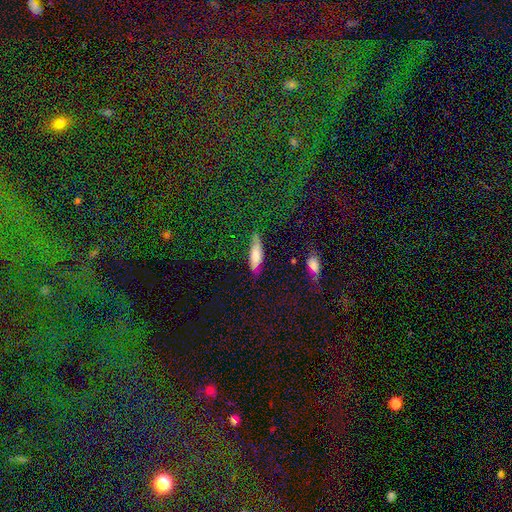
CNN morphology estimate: The model was most divided on "how rounded": cigar-shaped: 52%, in between: 46%, round: 2%. More confident: smooth or featured — smooth (71%); merging — none (68%).